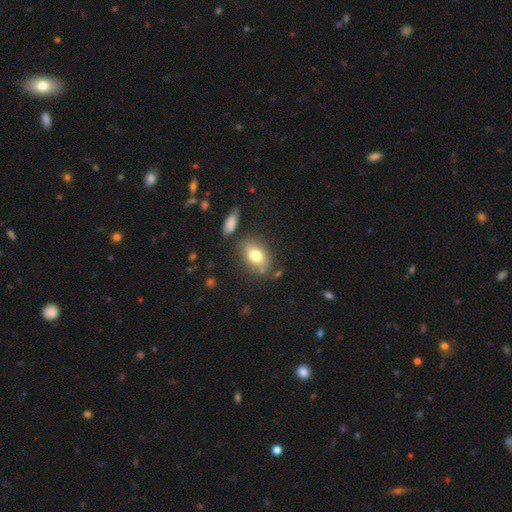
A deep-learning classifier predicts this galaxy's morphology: A smooth galaxy with no disk features (75%) that is in between round and cigar-shaped (80%). Merging: none (72%).